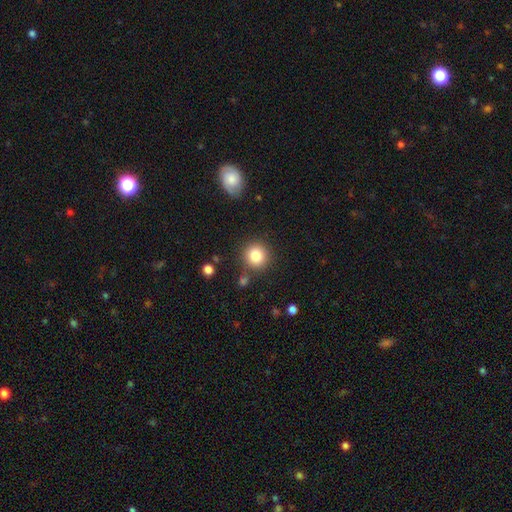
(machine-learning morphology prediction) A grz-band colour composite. It shows a smooth galaxy with no disk features (85%) that is round (91%). Merging: none (83%).